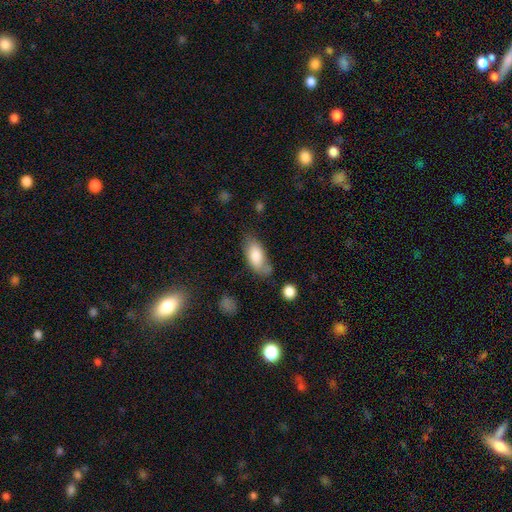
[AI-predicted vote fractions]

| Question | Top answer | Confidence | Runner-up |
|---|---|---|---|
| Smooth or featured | smooth | 81% | featured or disk (13%) |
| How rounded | in between | 89% | cigar-shaped (8%) |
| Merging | none | 56% | minor disturbance (27%) |